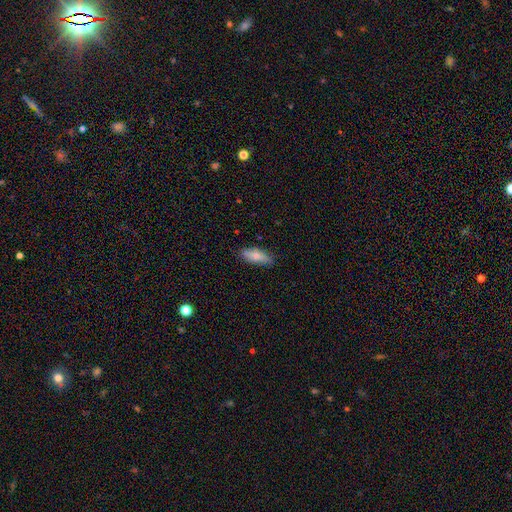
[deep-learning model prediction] A smooth galaxy with no disk features (74%) that is in between round and cigar-shaped (70%). Merging: none (81%).